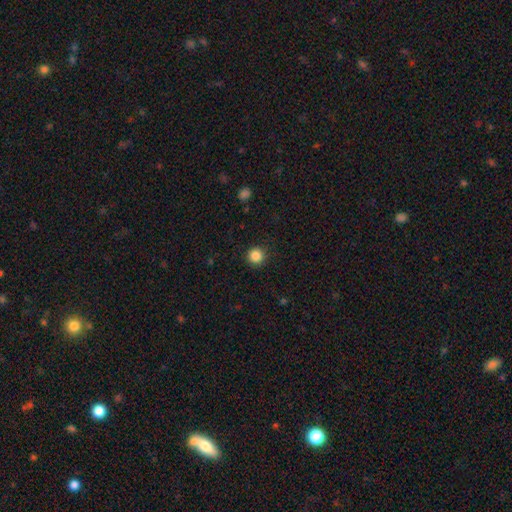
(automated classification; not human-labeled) Morphology: type=smooth (86%); roundness=round (95%); merging=none (91%).